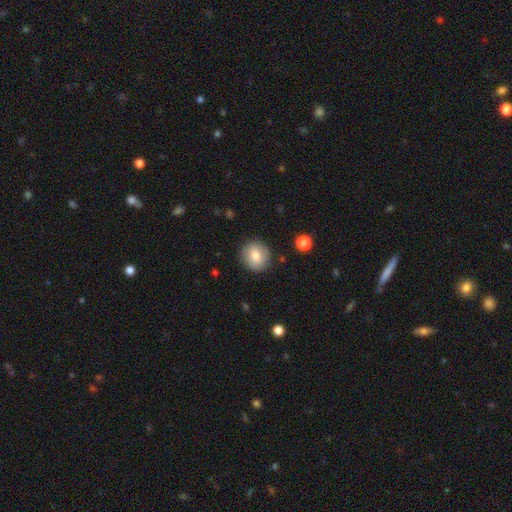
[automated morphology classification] Smooth or featured: smooth — 79% (featured or disk — 13%)
How rounded: round — 88% (in between — 11%)
Merging: none — 87% (minor disturbance — 9%)